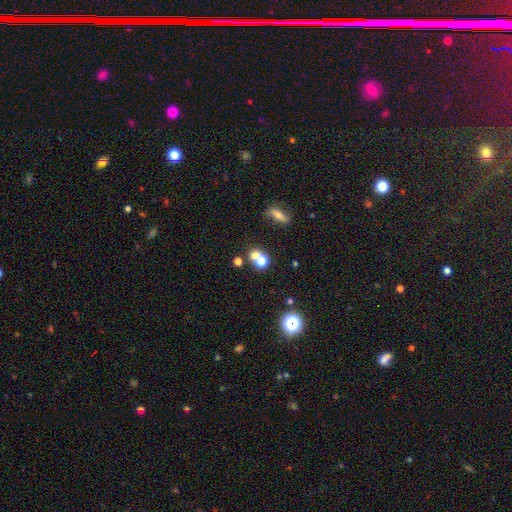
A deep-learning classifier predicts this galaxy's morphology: Smooth or featured: smooth — 65% (star or artifact — 20%)
How rounded: round — 79% (in between — 19%)
Merging: merger — 45% (none — 44%)